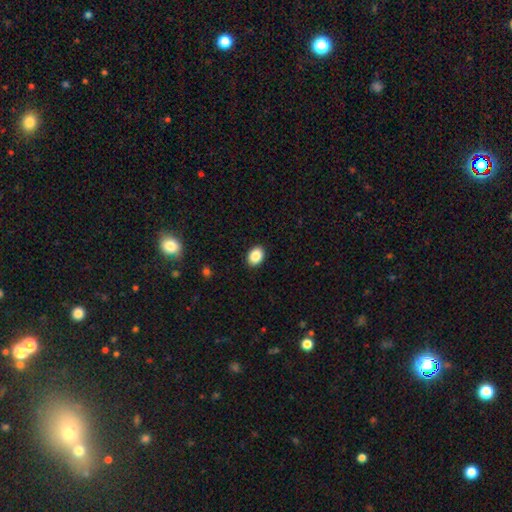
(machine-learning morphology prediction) A smooth galaxy with no disk features (88%) that is in between round and cigar-shaped (70%). Merging: none (91%).